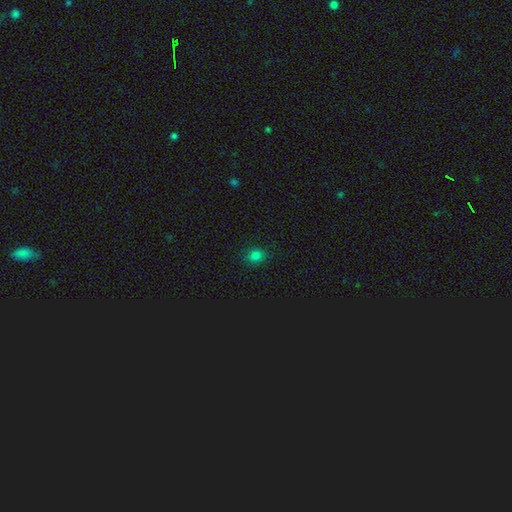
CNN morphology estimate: A smooth galaxy with no disk features (77%) that is round (60%). Merging: none (84%).